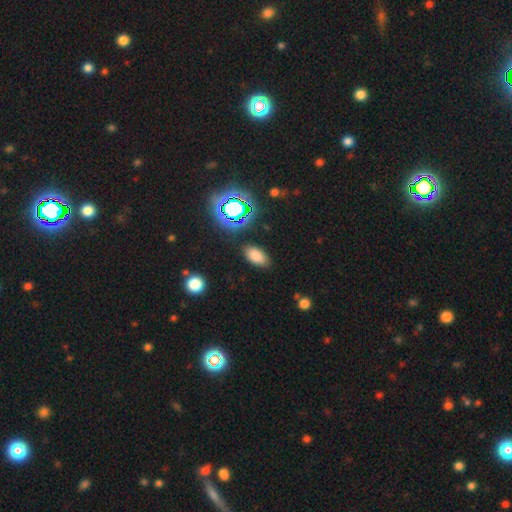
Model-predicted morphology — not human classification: smooth-or-featured: smooth: 78% | star or artifact: 16% | featured or disk: 6%
  how-rounded: in between: 92% | round: 5% | cigar-shaped: 3%
  merging: none: 86% | minor disturbance: 9% | major disturbance: 3% | merger: 2%